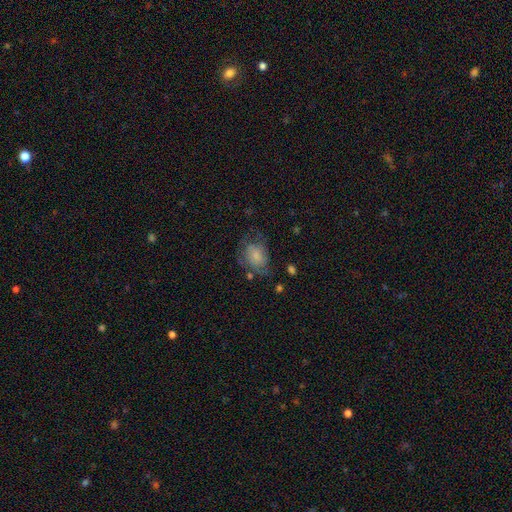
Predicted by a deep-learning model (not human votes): Overall: smooth (61%; featured or disk 30%). How rounded: in between (61%; round 38%). Merging: none (44%; minor disturbance 29%).